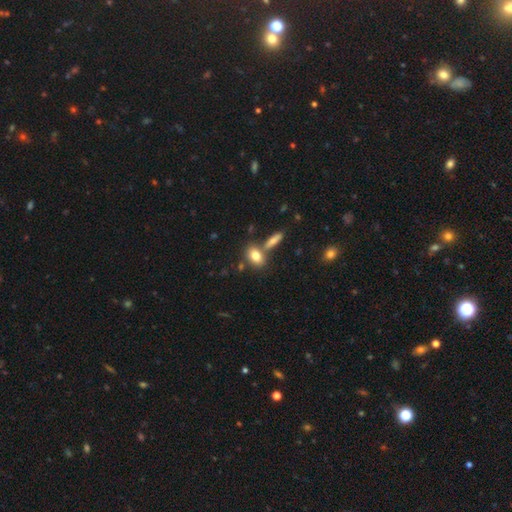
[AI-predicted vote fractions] Smooth or featured? smooth (79%)
How rounded? in between (80%)
Merging? none (58%)